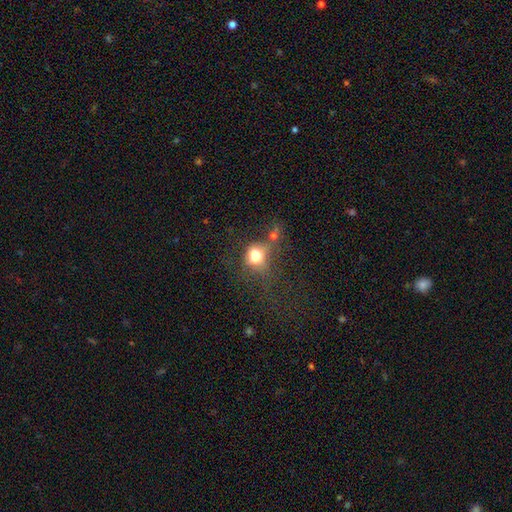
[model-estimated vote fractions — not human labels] Overall: smooth (74%). How rounded: round (60%; in between 39%). Merging: none (36%; major disturbance 23%).